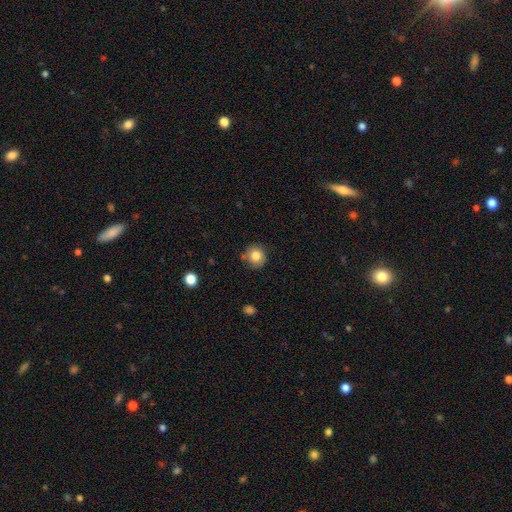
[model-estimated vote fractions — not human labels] Q: Smooth or featured?
A: smooth (81%); runner-up: star or artifact (10%)
Q: How rounded?
A: round (86%); runner-up: in between (14%)
Q: Merging?
A: none (79%); runner-up: minor disturbance (14%)